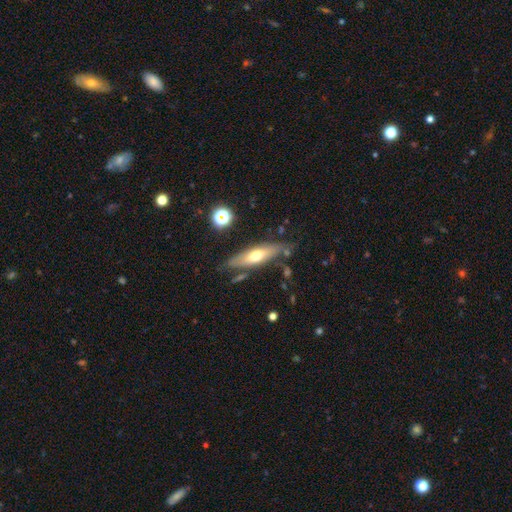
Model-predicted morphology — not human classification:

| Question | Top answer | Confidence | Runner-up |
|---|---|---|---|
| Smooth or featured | smooth | 50% | featured or disk (43%) |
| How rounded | cigar-shaped | 62% | in between (36%) |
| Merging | none | 73% | minor disturbance (17%) |